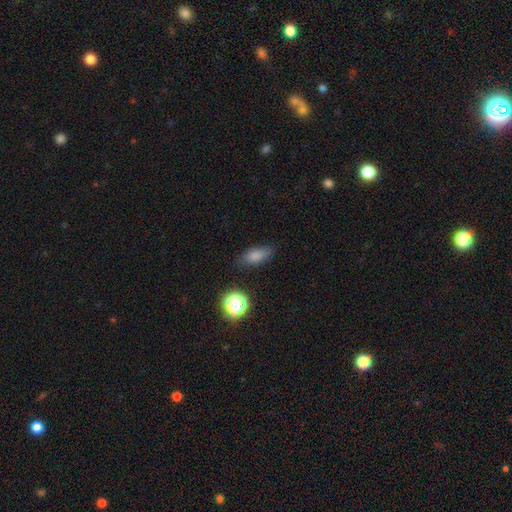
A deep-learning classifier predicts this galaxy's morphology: smooth-or-featured: smooth: 79% | star or artifact: 13% | featured or disk: 8%
  how-rounded: in between: 76% | cigar-shaped: 17% | round: 8%
  merging: none: 79% | minor disturbance: 16% | major disturbance: 4% | merger: 2%